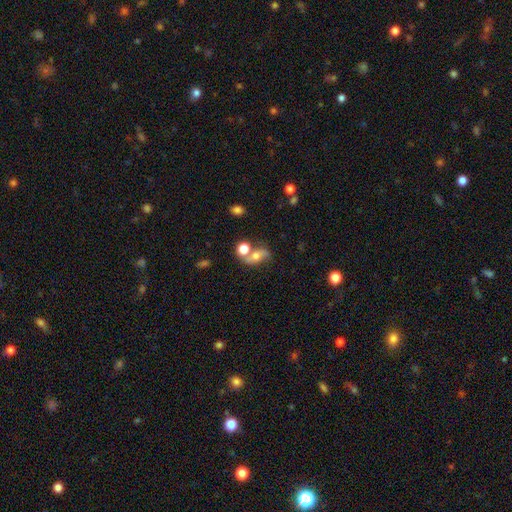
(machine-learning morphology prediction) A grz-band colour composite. It shows a smooth galaxy with no disk features (47%). Merging: none (43%).